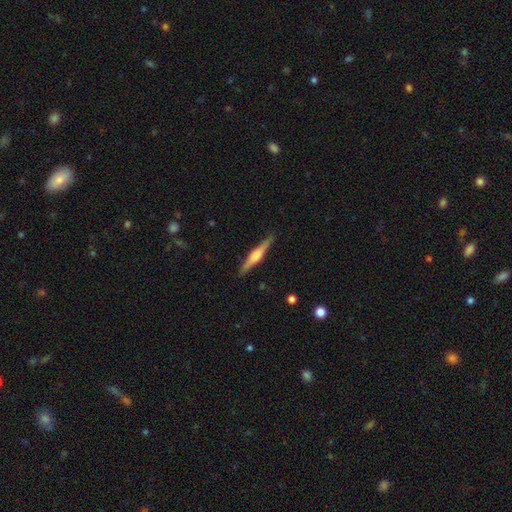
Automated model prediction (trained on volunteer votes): smooth-or-featured: featured or disk: 69% | smooth: 25% | star or artifact: 6%
  disk-edge-on: yes: 98% | no: 2%
    edge-on-bulge: rounded: 75% | boxy: 19% | none: 5%
  merging: none: 90% | minor disturbance: 7% | major disturbance: 2% | merger: 1%